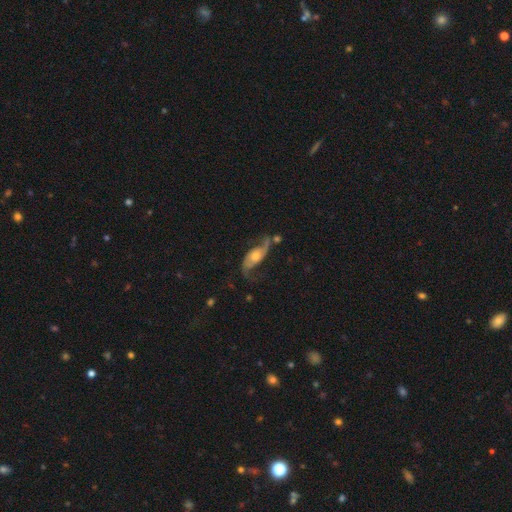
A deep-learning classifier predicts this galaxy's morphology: Smooth or featured? featured or disk (83%)
Edge-on disk? no (94%)
Bar? no (64%)
Spiral arms? yes (94%)
Spiral winding? loose (71%)
Spiral arm count? 2 (91%)
Bulge size? moderate (54%)
Merging? none (60%)